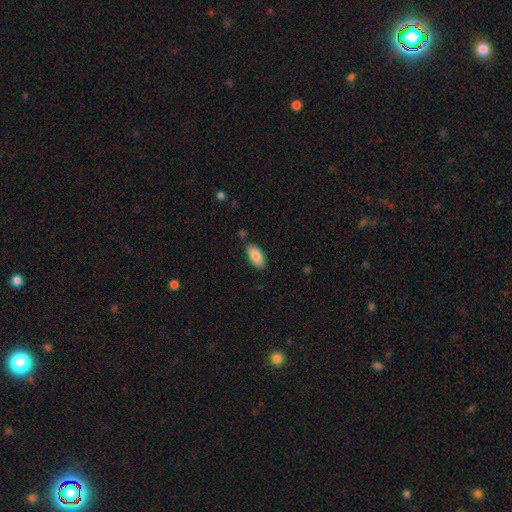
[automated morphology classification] smooth_or_featured: smooth (p=0.87) [alt: featured or disk p=0.07]
how_rounded: in between (p=0.92) [alt: cigar-shaped p=0.06]
merging: none (p=0.83) [alt: minor disturbance p=0.12]